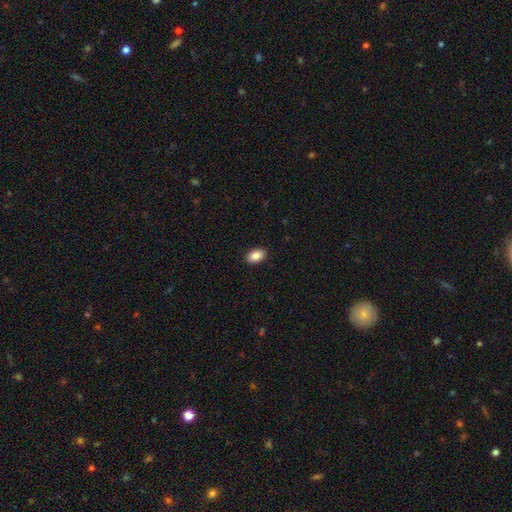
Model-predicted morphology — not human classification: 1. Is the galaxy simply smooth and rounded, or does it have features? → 88% smooth, 8% star or artifact, 5% featured or disk.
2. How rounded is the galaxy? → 89% in between, 9% round, 1% cigar-shaped.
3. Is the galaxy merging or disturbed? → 90% none, 7% minor disturbance, 2% major disturbance, 1% merger.